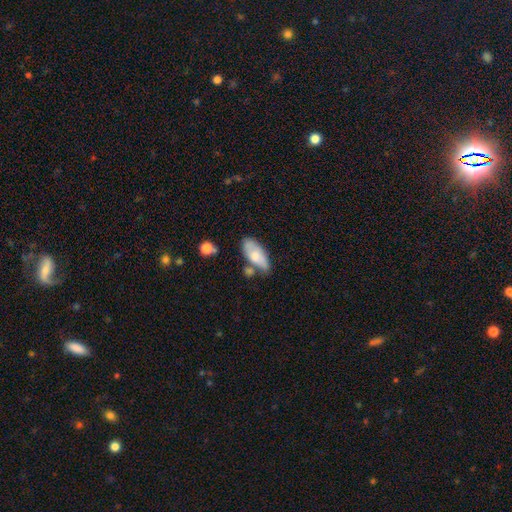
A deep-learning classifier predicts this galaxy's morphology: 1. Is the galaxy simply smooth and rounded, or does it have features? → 69% smooth, 25% featured or disk, 6% star or artifact.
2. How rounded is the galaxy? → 90% in between, 8% cigar-shaped, 2% round.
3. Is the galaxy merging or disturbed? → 52% none, 26% minor disturbance, 14% merger, 7% major disturbance.